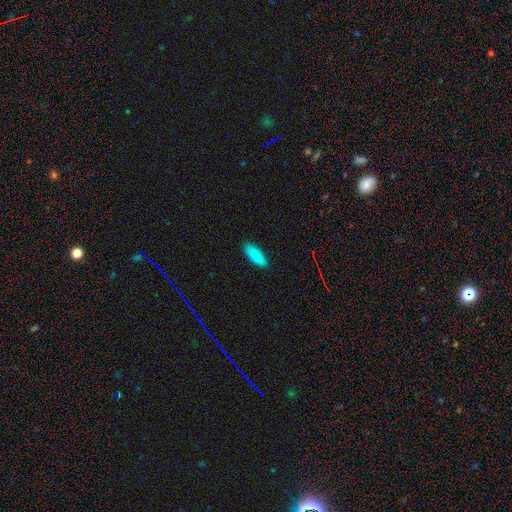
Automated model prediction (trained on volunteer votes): Smooth or featured? smooth (88%)
How rounded? in between (67%)
Merging? none (88%)